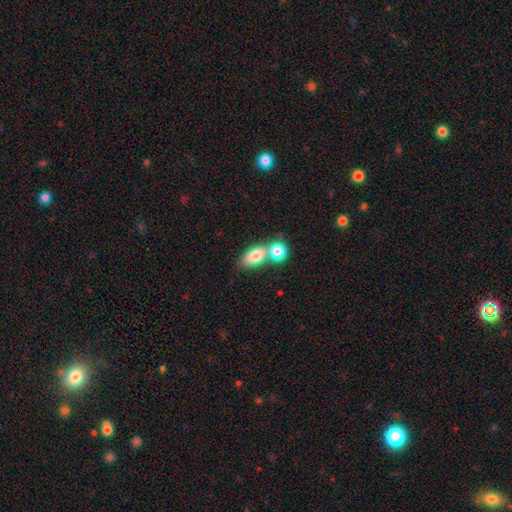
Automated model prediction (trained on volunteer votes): smooth_or_featured: smooth (p=0.79) [alt: featured or disk p=0.13]
how_rounded: in between (p=0.79) [alt: round p=0.17]
merging: merger (p=0.57) [alt: none p=0.32]